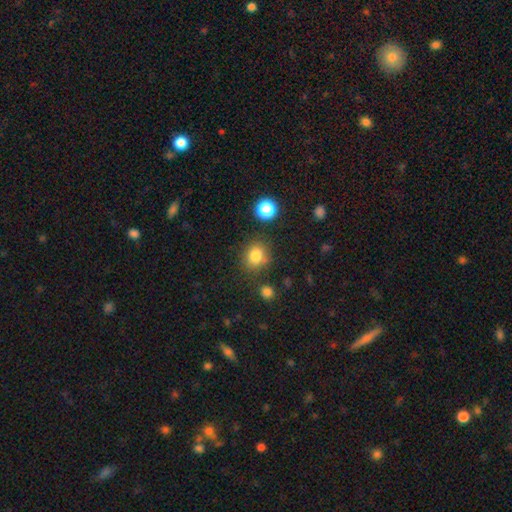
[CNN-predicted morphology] Smooth or featured? Predicted: smooth (p=0.82). How rounded? Predicted: round (p=0.77). Merging? Predicted: none (p=0.78).